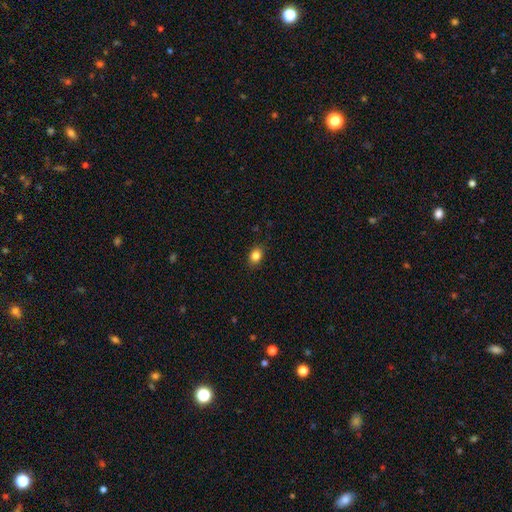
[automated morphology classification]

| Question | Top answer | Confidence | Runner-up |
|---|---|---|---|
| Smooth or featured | smooth | 84% | star or artifact (10%) |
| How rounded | in between | 66% | round (33%) |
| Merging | none | 87% | minor disturbance (10%) |